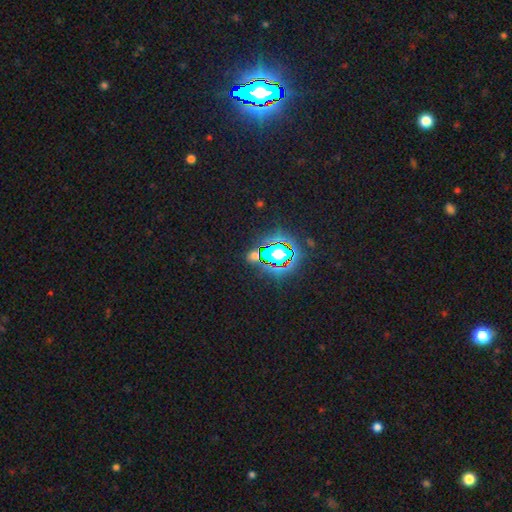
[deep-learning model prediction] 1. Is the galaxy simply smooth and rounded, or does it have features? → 67% star or artifact, 23% smooth, 10% featured or disk.